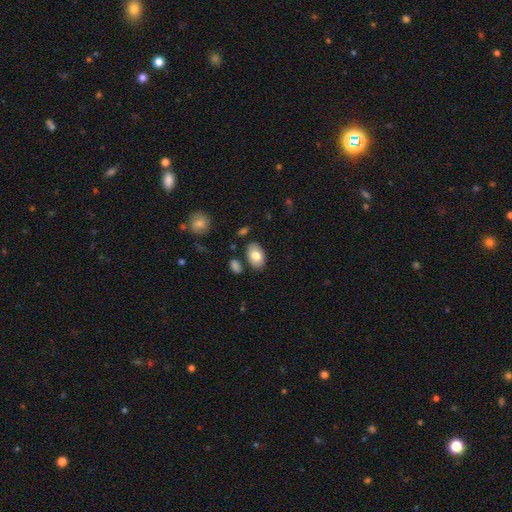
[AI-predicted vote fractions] Smooth or featured?
  - smooth: 81% *
  - featured or disk: 12%
  - star or artifact: 7%
How rounded?
  - in between: 90% *
  - round: 9%
  - cigar-shaped: 1%
Merging?
  - none: 81% *
  - minor disturbance: 12%
  - merger: 4%
  - major disturbance: 3%